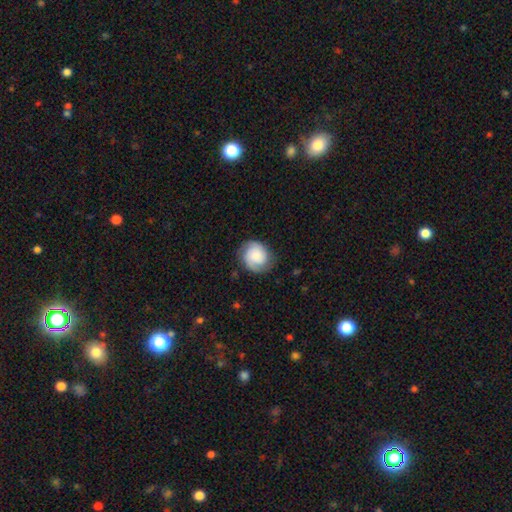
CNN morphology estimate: A smooth galaxy with no disk features (47%). Merging: none (75%).